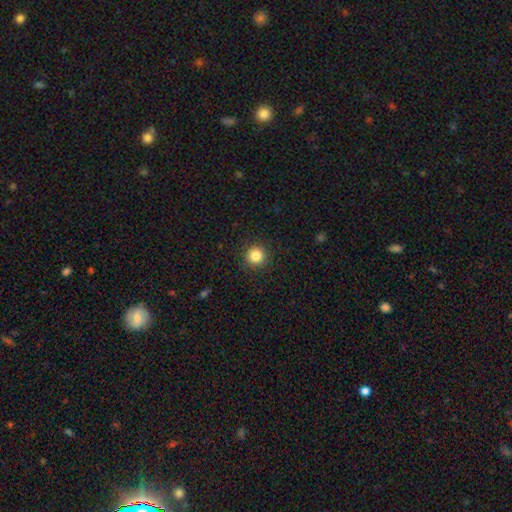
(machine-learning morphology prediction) smooth 85%, star or artifact 11%, featured or disk 4%. Down the decision tree: how rounded — round (95%); merging — none (92%).